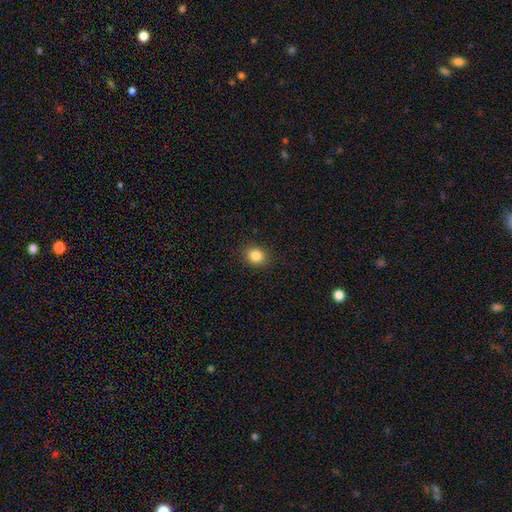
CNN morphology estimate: Smooth or featured?
  - smooth: 85% *
  - star or artifact: 10%
  - featured or disk: 4%
How rounded?
  - round: 73% *
  - in between: 26%
  - cigar-shaped: 1%
Merging?
  - none: 89% *
  - minor disturbance: 8%
  - major disturbance: 2%
  - merger: 1%